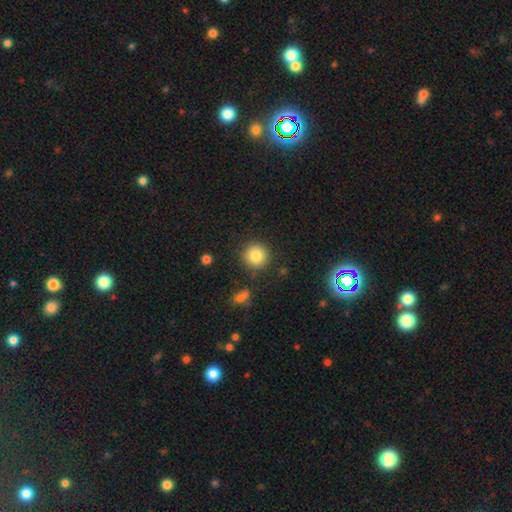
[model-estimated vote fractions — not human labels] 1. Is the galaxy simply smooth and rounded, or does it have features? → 82% smooth, 10% star or artifact, 7% featured or disk.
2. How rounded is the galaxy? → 94% round, 5% in between, 1% cigar-shaped.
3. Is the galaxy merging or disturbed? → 87% none, 8% minor disturbance, 3% merger, 3% major disturbance.